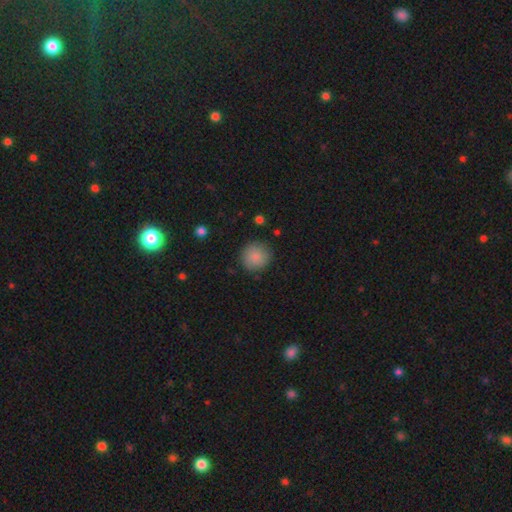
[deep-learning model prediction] This is clearly a smooth galaxy (87%). How rounded: clearly round (93%). Merging: clearly none (86%).